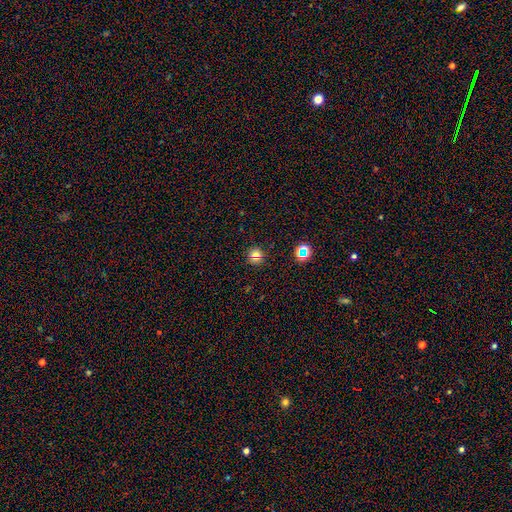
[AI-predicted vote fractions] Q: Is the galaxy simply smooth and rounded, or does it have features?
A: smooth — 69%.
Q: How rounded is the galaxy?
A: round — 94%.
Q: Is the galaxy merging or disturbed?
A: none — 86%.